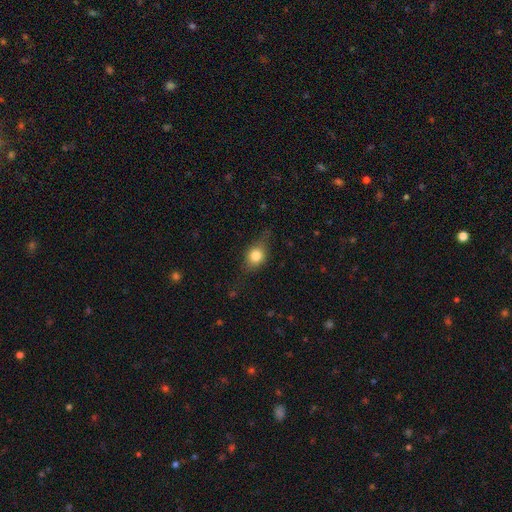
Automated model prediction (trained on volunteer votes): smooth_or_featured: smooth (p=0.69) [alt: featured or disk p=0.22]
how_rounded: in between (p=0.50) [alt: round p=0.45]
merging: none (p=0.66) [alt: minor disturbance p=0.24]